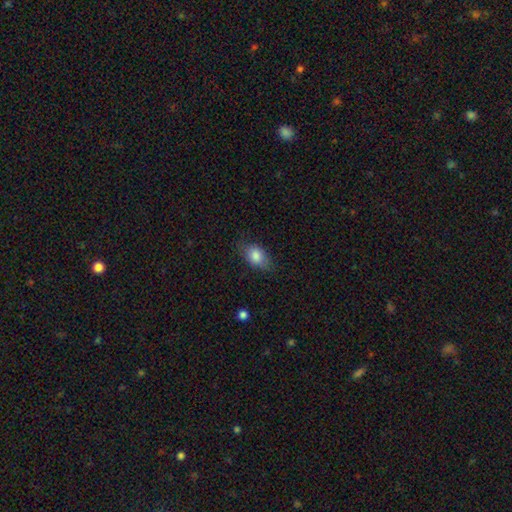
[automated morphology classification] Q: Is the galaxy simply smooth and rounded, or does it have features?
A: smooth — 82%.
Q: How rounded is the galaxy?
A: in between — 84%.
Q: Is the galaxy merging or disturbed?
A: none — 74%.